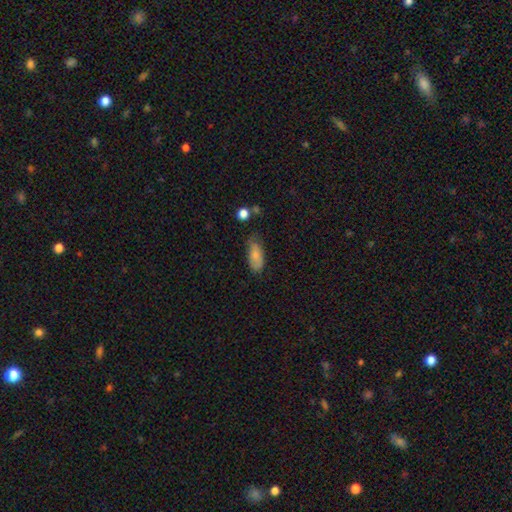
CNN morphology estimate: A smooth galaxy with no disk features (80%) that is in between round and cigar-shaped (84%).

Vote fractions:
- Smooth or featured? smooth: 80% / featured or disk: 13% / star or artifact: 7%
- How rounded? in between: 84% / cigar-shaped: 13% / round: 3%
- Merging? none: 59% / minor disturbance: 30% / major disturbance: 7% / merger: 3%